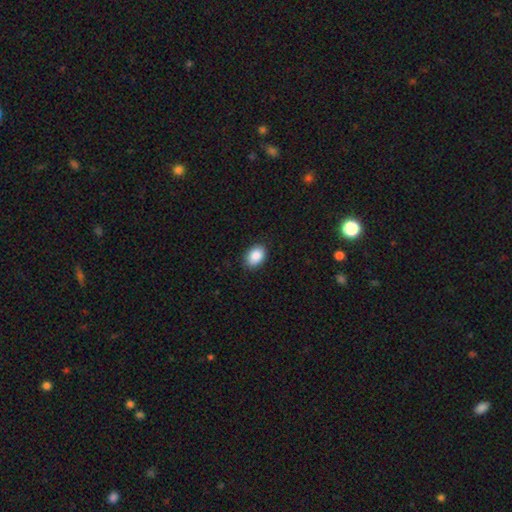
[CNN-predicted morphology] The model was most divided on "how rounded": in between: 83%, round: 16%, cigar-shaped: 1%. More confident: smooth or featured — smooth (88%); merging — none (88%).